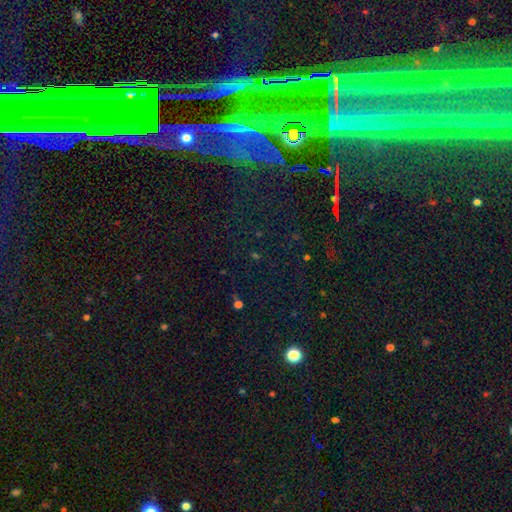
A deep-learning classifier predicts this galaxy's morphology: Smooth or featured?
  - star or artifact: 68% *
  - featured or disk: 19%
  - smooth: 12%